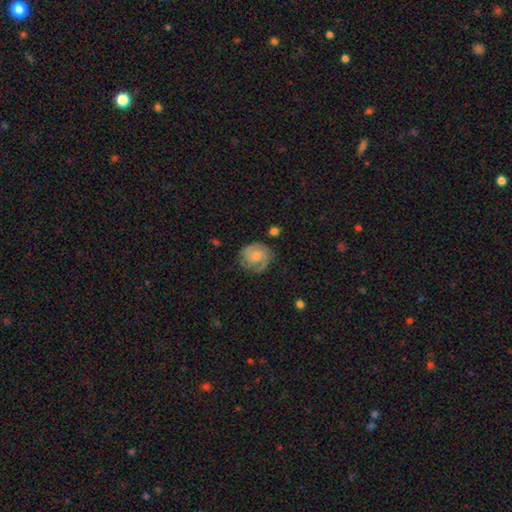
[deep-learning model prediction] Smooth or featured? Predicted: featured or disk (p=0.67). Edge-on disk? Predicted: no (p=0.98). Bar? Predicted: no (p=0.67). Spiral arms? Predicted: yes (p=0.92). Spiral winding? Predicted: tight (p=0.53). Spiral arm count? Predicted: 2 (p=0.51). Bulge size? Predicted: small (p=0.49). Merging? Predicted: none (p=0.70).